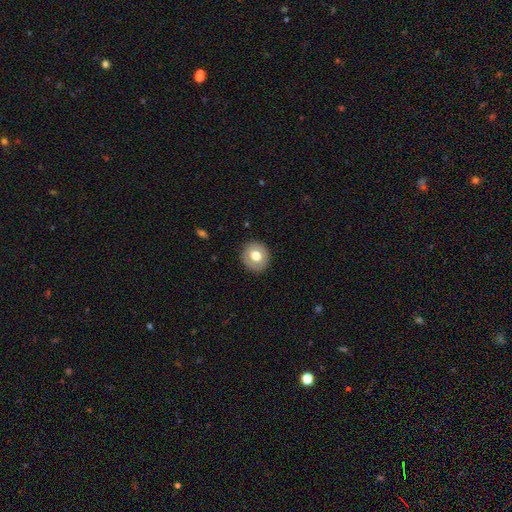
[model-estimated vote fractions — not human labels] smooth 68%, featured or disk 24%, star or artifact 8%. Down the decision tree: how rounded — round (85%); merging — none (88%).